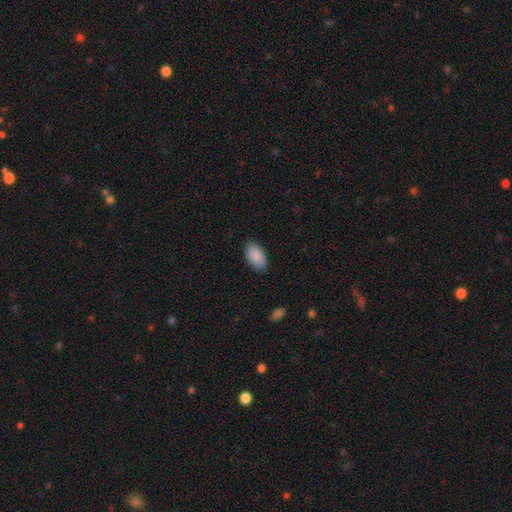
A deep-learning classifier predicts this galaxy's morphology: smooth-or-featured: smooth: 89% | star or artifact: 6% | featured or disk: 4%
  how-rounded: in between: 95% | round: 4% | cigar-shaped: 2%
  merging: none: 87% | minor disturbance: 10% | major disturbance: 2% | merger: 1%